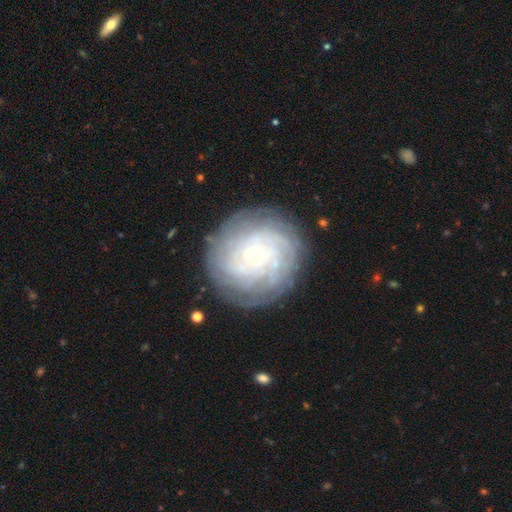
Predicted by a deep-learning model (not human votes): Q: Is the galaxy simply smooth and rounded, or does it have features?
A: featured or disk — 78%.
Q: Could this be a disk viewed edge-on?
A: no — 97%.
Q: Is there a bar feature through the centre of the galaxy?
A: no — 75%.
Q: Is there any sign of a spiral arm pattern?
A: yes — 94%.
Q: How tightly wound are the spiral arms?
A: tight — 82%.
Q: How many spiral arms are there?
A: can't tell — 38%.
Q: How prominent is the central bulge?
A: small — 83%.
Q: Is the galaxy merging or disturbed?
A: none — 82%.